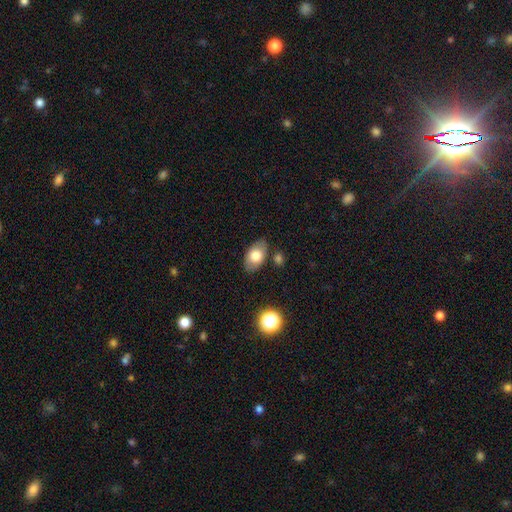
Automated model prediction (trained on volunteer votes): Q: Smooth or featured?
A: smooth (74%); runner-up: featured or disk (18%)
Q: How rounded?
A: in between (90%); runner-up: round (9%)
Q: Merging?
A: none (79%); runner-up: minor disturbance (13%)